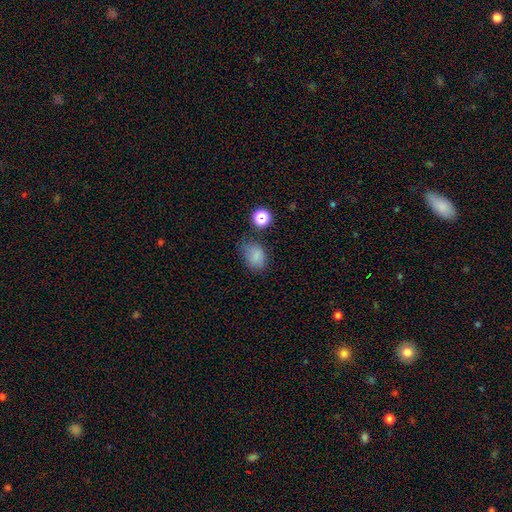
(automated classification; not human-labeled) Q: Smooth or featured?
A: smooth (79%); runner-up: star or artifact (14%)
Q: How rounded?
A: in between (69%); runner-up: round (30%)
Q: Merging?
A: none (55%); runner-up: minor disturbance (30%)